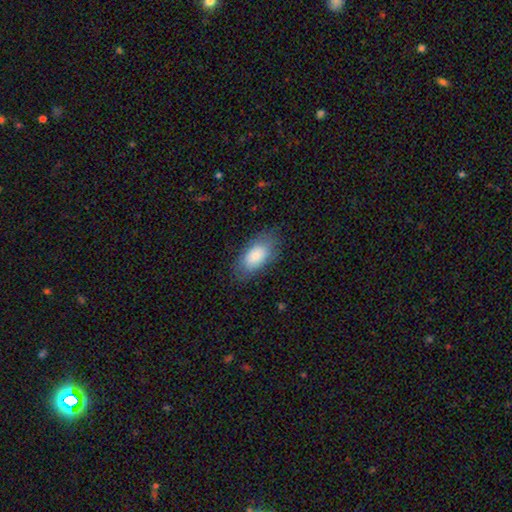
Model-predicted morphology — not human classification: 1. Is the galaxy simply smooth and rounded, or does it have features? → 82% smooth, 11% featured or disk, 6% star or artifact.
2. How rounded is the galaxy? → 93% in between, 4% round, 4% cigar-shaped.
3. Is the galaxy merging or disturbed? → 76% none, 17% minor disturbance, 6% major disturbance, 1% merger.